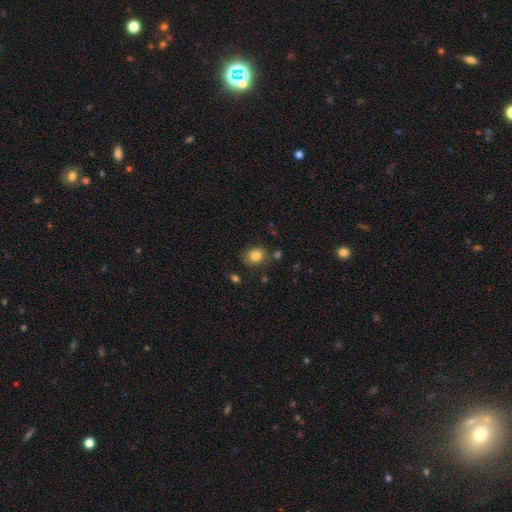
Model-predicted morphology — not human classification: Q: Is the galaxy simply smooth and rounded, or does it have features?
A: smooth — 82%.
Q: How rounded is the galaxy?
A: round — 64%.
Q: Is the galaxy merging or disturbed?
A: none — 78%.